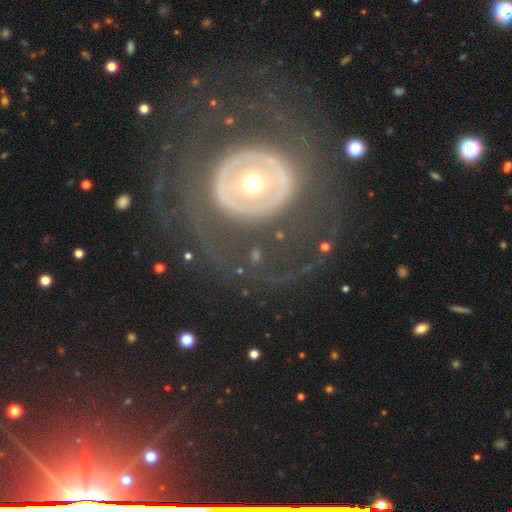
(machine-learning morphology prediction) Overall: featured or disk (72%). Edge-on disk: no (95%). Bar: no (74%). Spiral arms: no (67%; yes 33%). Bulge size: moderate (68%). Merging: none (68%).